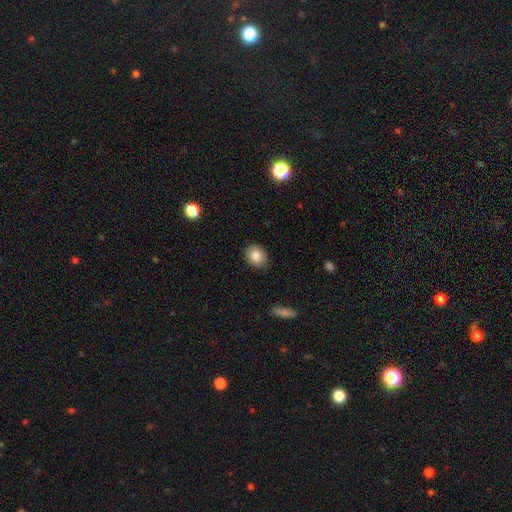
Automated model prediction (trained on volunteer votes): smooth-or-featured: smooth: 85% | star or artifact: 9% | featured or disk: 6%
  how-rounded: round: 53% | in between: 45% | cigar-shaped: 1%
  merging: none: 86% | minor disturbance: 11% | major disturbance: 2% | merger: 1%